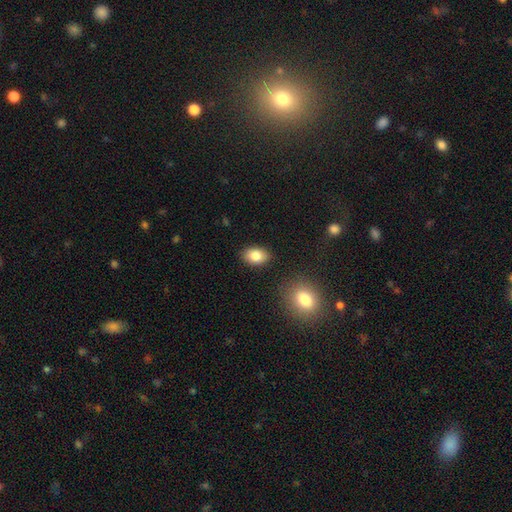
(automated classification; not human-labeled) Q: Smooth or featured?
A: smooth (84%); runner-up: featured or disk (8%)
Q: How rounded?
A: in between (85%); runner-up: round (14%)
Q: Merging?
A: none (87%); runner-up: minor disturbance (9%)